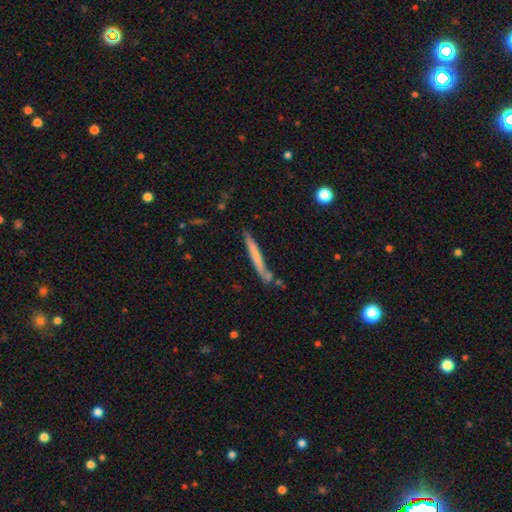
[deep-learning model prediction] smooth 59%, featured or disk 35%, star or artifact 7%. Down the decision tree: how rounded — cigar-shaped (96%); merging — none (75%).